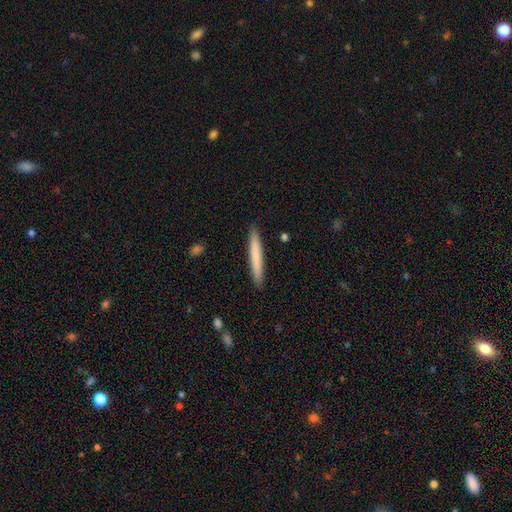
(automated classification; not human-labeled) Smooth or featured? Predicted: smooth (p=0.73). How rounded? Predicted: cigar-shaped (p=0.97). Merging? Predicted: none (p=0.91).